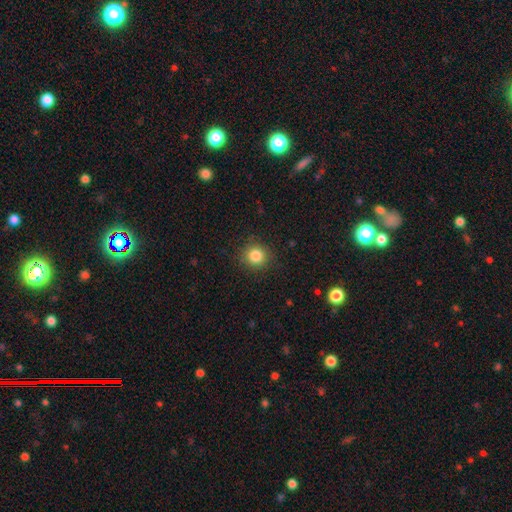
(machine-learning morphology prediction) Overall: smooth (84%). How rounded: round (92%). Merging: none (89%).